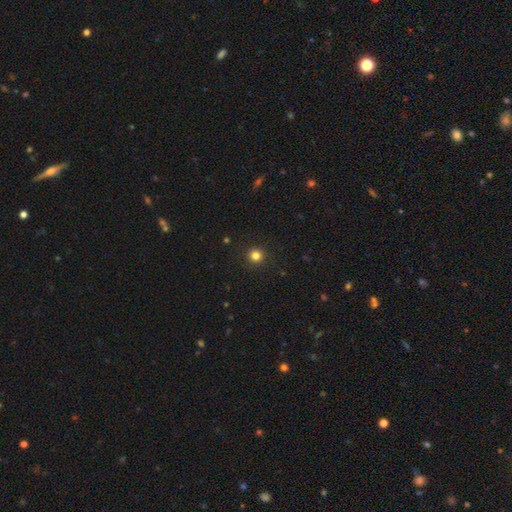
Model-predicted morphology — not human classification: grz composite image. It shows a smooth galaxy with no disk features (82%) that is round (95%). Merging: none (92%).